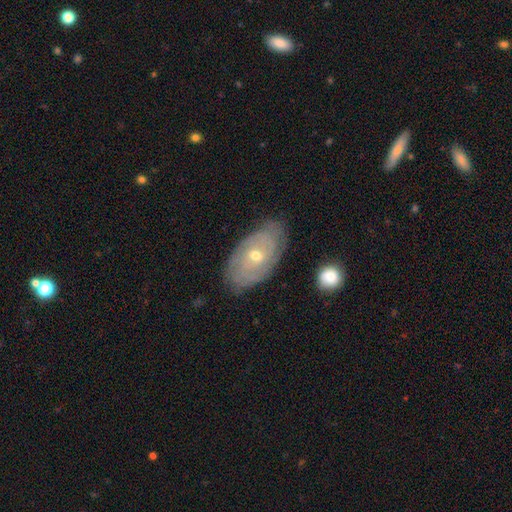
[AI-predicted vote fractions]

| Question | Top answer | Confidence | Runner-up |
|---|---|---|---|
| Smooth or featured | featured or disk | 72% | smooth (21%) |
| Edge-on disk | no | 93% | yes (7%) |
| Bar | no | 73% | weak (23%) |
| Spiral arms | yes | 82% | no (18%) |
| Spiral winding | tight | 74% | medium (20%) |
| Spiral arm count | can't tell | 57% | 2 (20%) |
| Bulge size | moderate | 50% | small (48%) |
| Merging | none | 76% | minor disturbance (18%) |